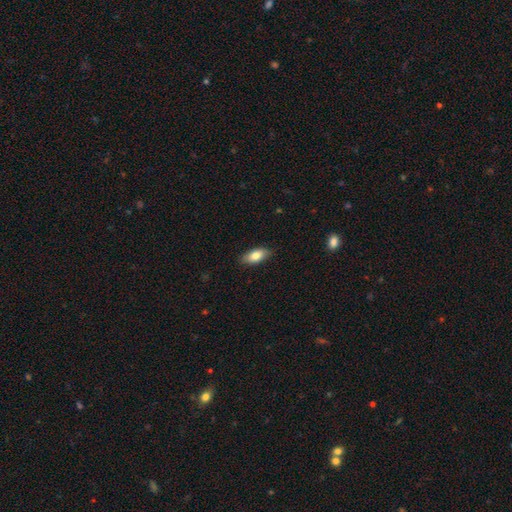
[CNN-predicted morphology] smooth-or-featured: smooth: 82% | featured or disk: 12% | star or artifact: 6%
  how-rounded: in between: 88% | cigar-shaped: 9% | round: 3%
  merging: none: 86% | minor disturbance: 11% | major disturbance: 2% | merger: 1%